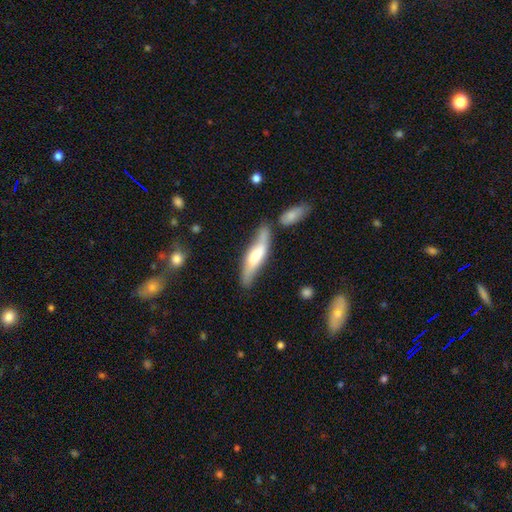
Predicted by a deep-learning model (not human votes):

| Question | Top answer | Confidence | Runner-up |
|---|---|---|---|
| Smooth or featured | smooth | 48% | featured or disk (46%) |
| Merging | none | 57% | minor disturbance (21%) |